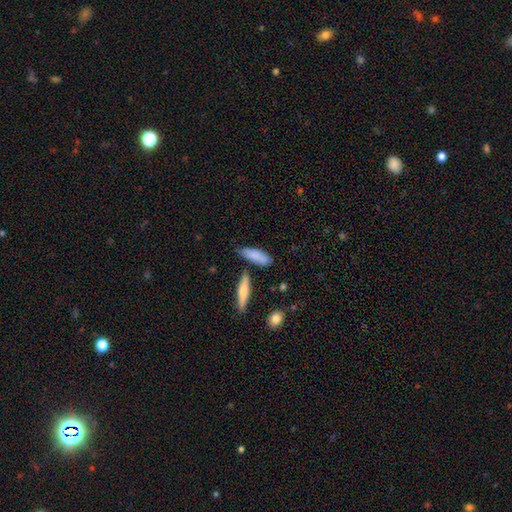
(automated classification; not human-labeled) smooth-or-featured: smooth: 79% | featured or disk: 14% | star or artifact: 6%
  how-rounded: in between: 55% | cigar-shaped: 42% | round: 2%
  merging: none: 61% | minor disturbance: 24% | merger: 10% | major disturbance: 5%